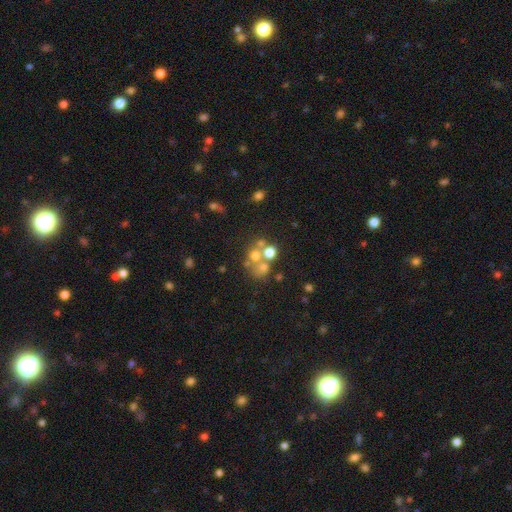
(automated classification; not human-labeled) smooth-or-featured: smooth: 44% | star or artifact: 29% | featured or disk: 27%
  merging: merger: 43% | none: 42% | minor disturbance: 8% | major disturbance: 7%